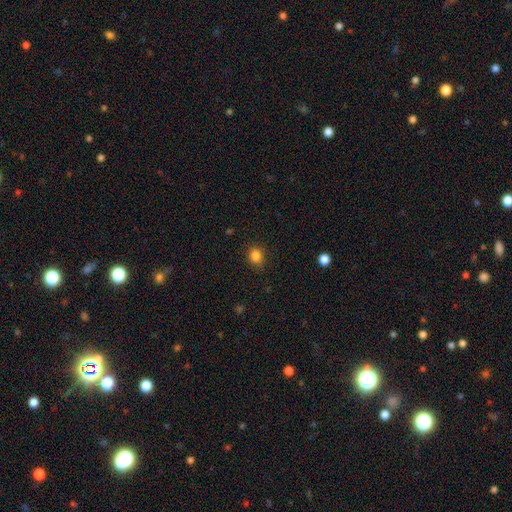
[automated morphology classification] Smooth or featured: smooth — 84% (star or artifact — 12%)
How rounded: round — 78% (in between — 21%)
Merging: none — 86% (minor disturbance — 10%)